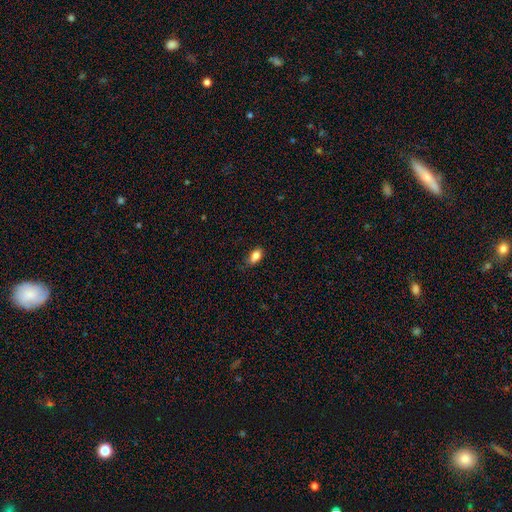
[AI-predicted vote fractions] smooth 84%, star or artifact 9%, featured or disk 7%. Down the decision tree: how rounded — in between (88%); merging — none (71%).